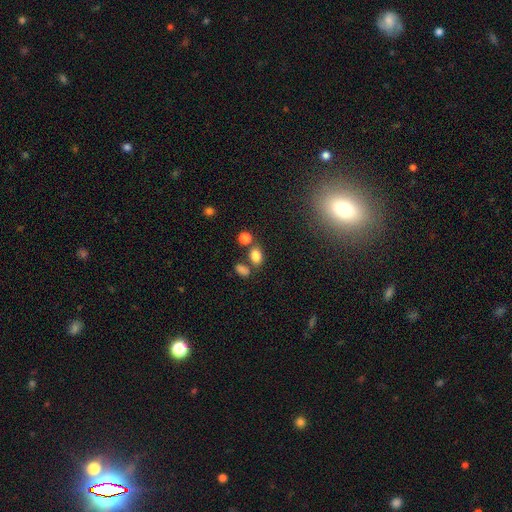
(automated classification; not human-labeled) A smooth galaxy with no disk features (81%) that is in between round and cigar-shaped (71%).

Vote fractions:
- Smooth or featured? smooth: 81% / star or artifact: 12% / featured or disk: 7%
- How rounded? in between: 71% / round: 27% / cigar-shaped: 2%
- Merging? none: 65% / merger: 18% / minor disturbance: 12% / major disturbance: 5%